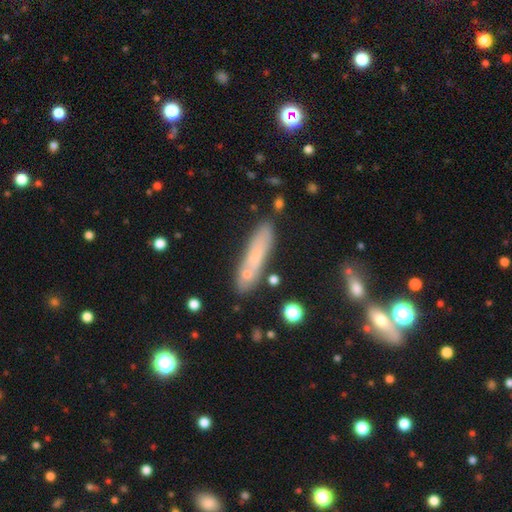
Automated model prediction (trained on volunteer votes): Smooth or featured?
  - smooth: 67% *
  - featured or disk: 23%
  - star or artifact: 10%
How rounded?
  - cigar-shaped: 79% *
  - in between: 18%
  - round: 2%
Merging?
  - none: 68% *
  - minor disturbance: 16%
  - merger: 11%
  - major disturbance: 5%